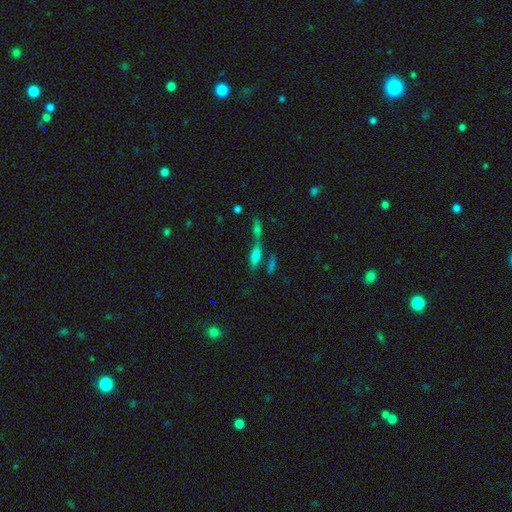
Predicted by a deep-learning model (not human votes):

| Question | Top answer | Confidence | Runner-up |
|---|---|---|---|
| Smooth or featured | smooth | 54% | featured or disk (32%) |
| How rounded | cigar-shaped | 53% | in between (42%) |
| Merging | merger | 46% | none (38%) |